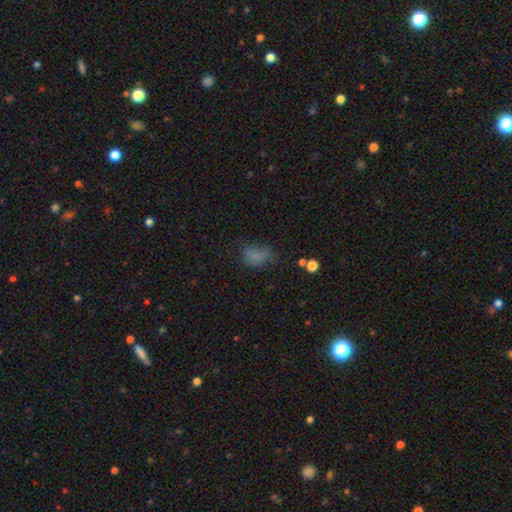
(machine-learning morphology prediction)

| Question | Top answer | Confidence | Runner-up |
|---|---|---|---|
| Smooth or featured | smooth | 73% | star or artifact (18%) |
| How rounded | in between | 75% | round (23%) |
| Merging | none | 47% | minor disturbance (30%) |